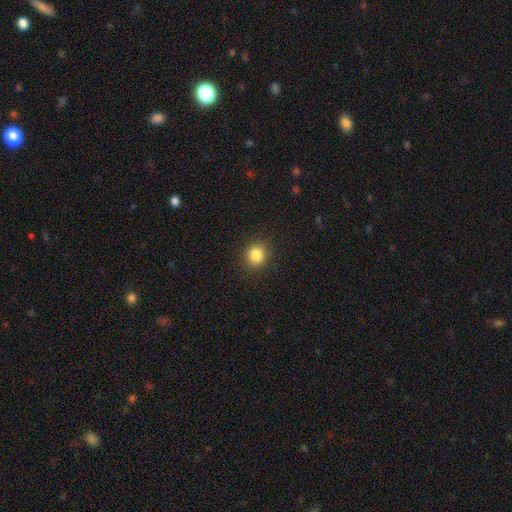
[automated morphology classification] Smooth or featured?
  - smooth: 85% *
  - star or artifact: 11%
  - featured or disk: 4%
How rounded?
  - round: 84% *
  - in between: 15%
  - cigar-shaped: 1%
Merging?
  - none: 91% *
  - minor disturbance: 6%
  - major disturbance: 2%
  - merger: 1%